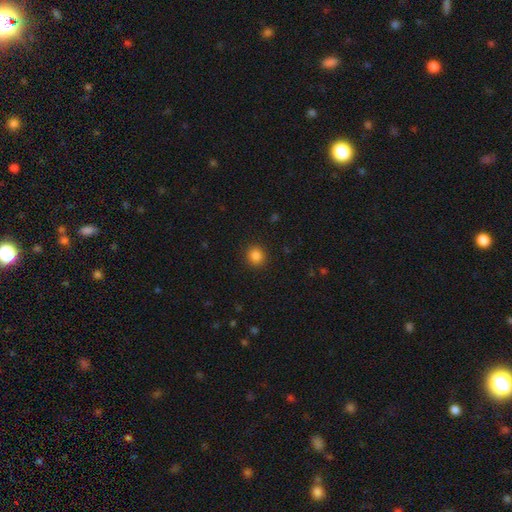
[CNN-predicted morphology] This is clearly a smooth galaxy (85%). How rounded: clearly round (86%). Merging: clearly none (91%).